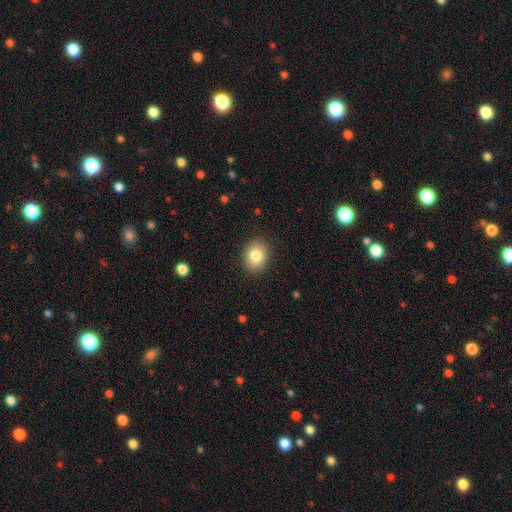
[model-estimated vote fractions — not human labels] This appears to be a smooth galaxy with no disk features (82%) that is in between round and cigar-shaped (53%). Merging: none (89%).